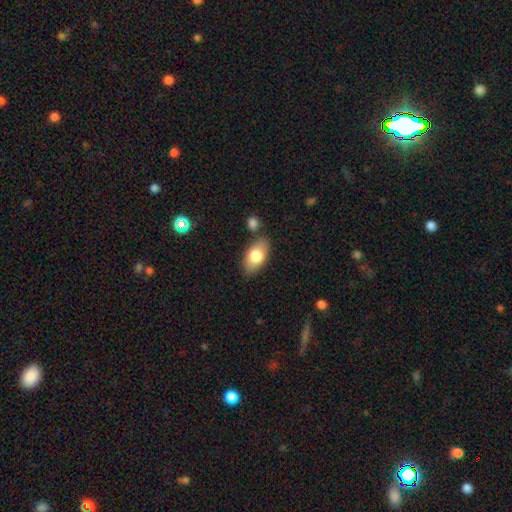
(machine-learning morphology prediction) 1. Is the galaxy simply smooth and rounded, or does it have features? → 77% smooth, 17% featured or disk, 6% star or artifact.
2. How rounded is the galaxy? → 92% in between, 5% round, 3% cigar-shaped.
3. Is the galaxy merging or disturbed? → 78% none, 13% minor disturbance, 7% merger, 3% major disturbance.